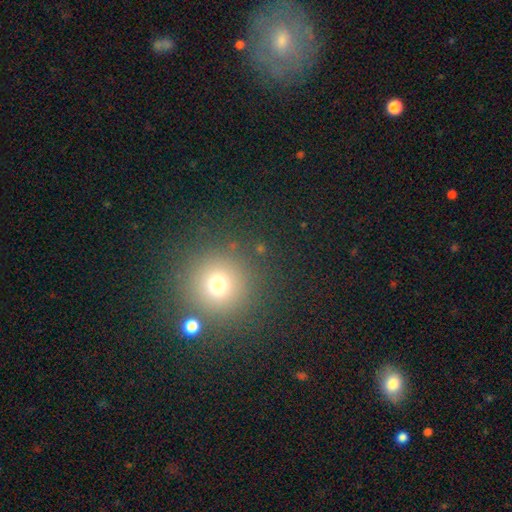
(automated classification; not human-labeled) This is possibly a smooth galaxy (59%). How rounded: clearly round (95%). Merging: clearly none (87%).